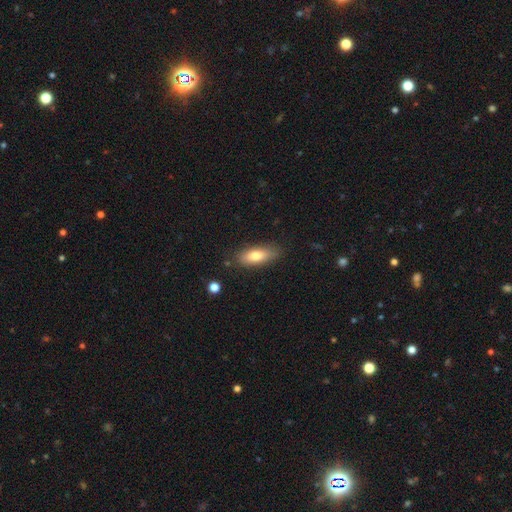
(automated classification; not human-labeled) Smooth or featured? smooth (75%)
How rounded? in between (69%)
Merging? none (81%)